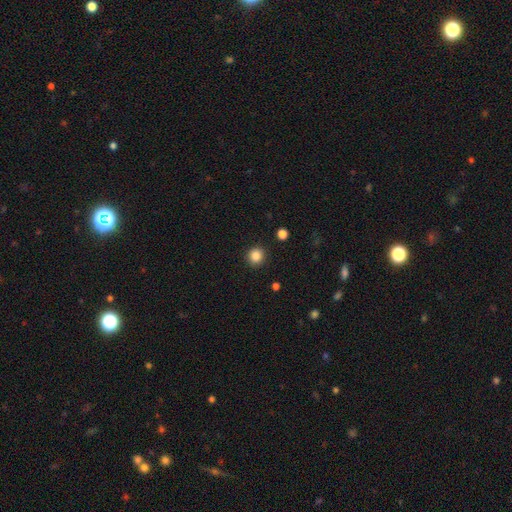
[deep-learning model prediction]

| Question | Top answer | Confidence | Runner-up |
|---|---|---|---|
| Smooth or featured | smooth | 86% | star or artifact (11%) |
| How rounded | round | 91% | in between (8%) |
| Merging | none | 91% | minor disturbance (5%) |